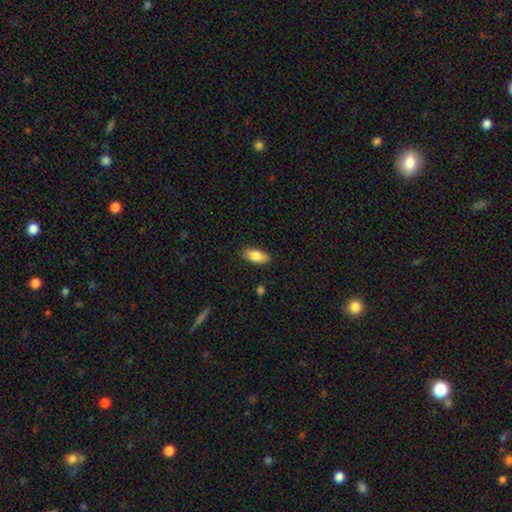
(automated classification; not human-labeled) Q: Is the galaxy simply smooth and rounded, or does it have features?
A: smooth — 84%.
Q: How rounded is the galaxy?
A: in between — 86%.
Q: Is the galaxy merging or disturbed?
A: none — 86%.